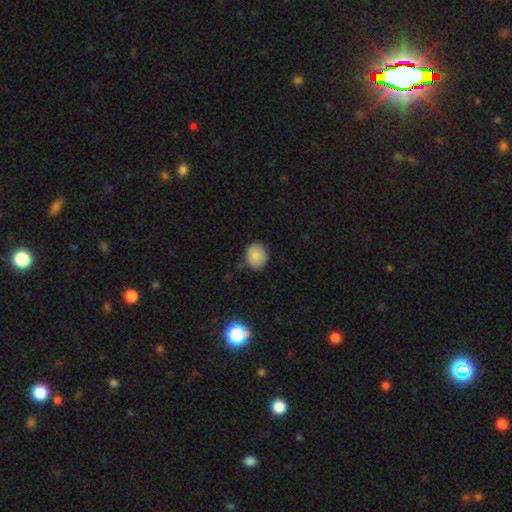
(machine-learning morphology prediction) Smooth or featured? Predicted: smooth (p=0.86). How rounded? Predicted: round (p=0.75). Merging? Predicted: none (p=0.82).